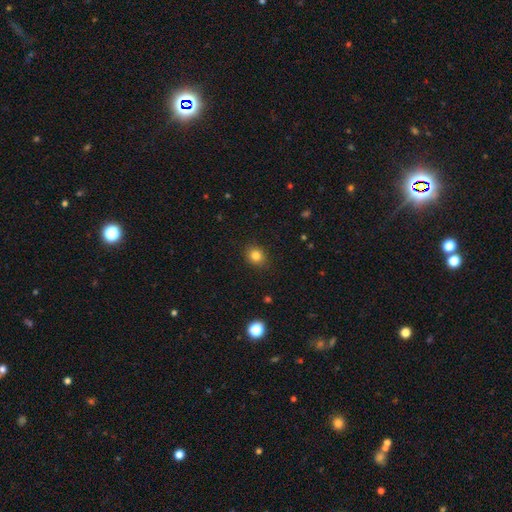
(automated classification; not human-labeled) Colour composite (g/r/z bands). It shows a smooth galaxy with no disk features (83%) that is round (74%). Merging: none (87%).